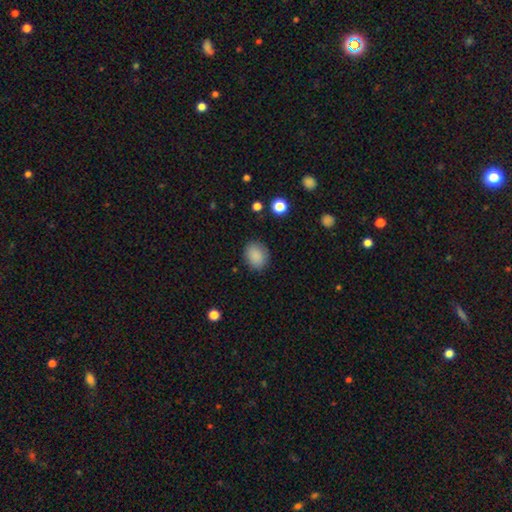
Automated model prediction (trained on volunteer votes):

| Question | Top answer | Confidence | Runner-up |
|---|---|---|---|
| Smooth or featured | smooth | 87% | star or artifact (9%) |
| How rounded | round | 52% | in between (47%) |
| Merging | none | 84% | minor disturbance (11%) |